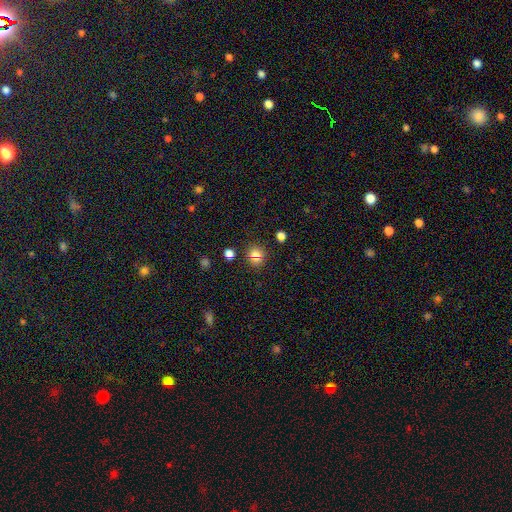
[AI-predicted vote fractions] The model was most divided on "smooth or featured": smooth: 70%, star or artifact: 21%, featured or disk: 9%. More confident: how rounded — round (89%); merging — none (79%).